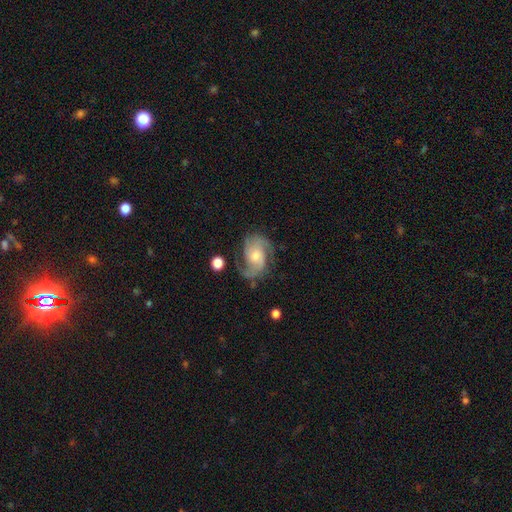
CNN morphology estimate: A featured or disk galaxy (83%) with no bar (59%), 2 (72%) medium (51%) spiral arms (96%) and a moderate central bulge (49%).

Vote fractions:
- Smooth or featured? featured or disk: 83% / smooth: 11% / star or artifact: 6%
- Edge-on disk? no: 98% / yes: 2%
- Bar? no: 59% / weak: 34% / strong: 6%
- Spiral arms? yes: 96% / no: 4%
- Spiral winding? medium: 51% / loose: 27% / tight: 22%
- Spiral arm count? 2: 72% / 3: 11% / can't tell: 8% / 1: 4% / 4: 3% / more than 4: 2%
- Bulge size? moderate: 49% / small: 35% / large: 9% / none: 5% / dominant: 2%
- Merging? none: 63% / minor disturbance: 20% / major disturbance: 14% / merger: 3%